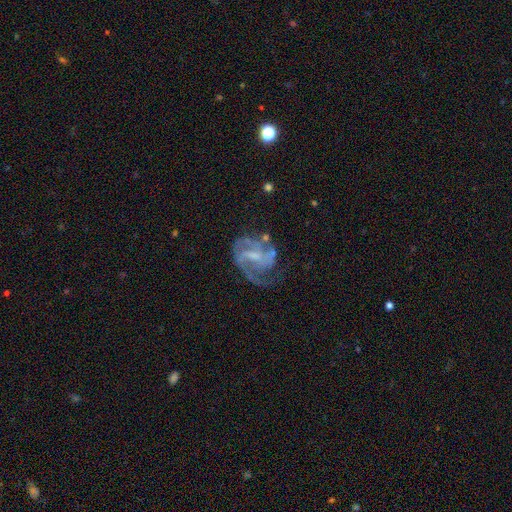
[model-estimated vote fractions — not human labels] featured or disk 85%, smooth 8%, star or artifact 7%. Down the decision tree: edge-on disk — no (98%); bar — weak (53%); spiral arms — yes (93%); spiral arm count — 2 (43%); spiral winding — medium (49%); bulge size — small (44%); merging — none (50%).